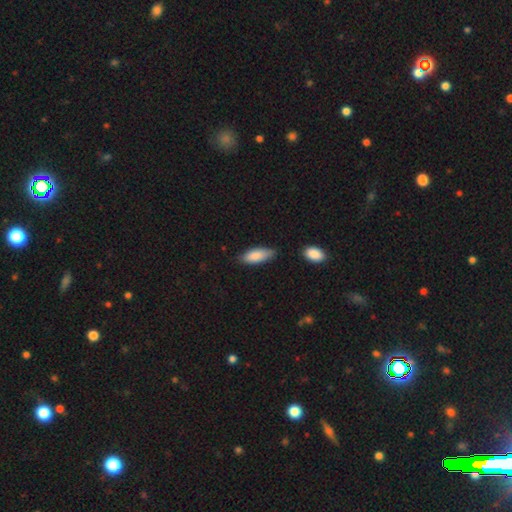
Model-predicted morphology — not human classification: Smooth or featured?
  - smooth: 86% *
  - featured or disk: 9%
  - star or artifact: 6%
How rounded?
  - in between: 74% *
  - cigar-shaped: 24%
  - round: 2%
Merging?
  - none: 68% *
  - minor disturbance: 24%
  - major disturbance: 4%
  - merger: 4%